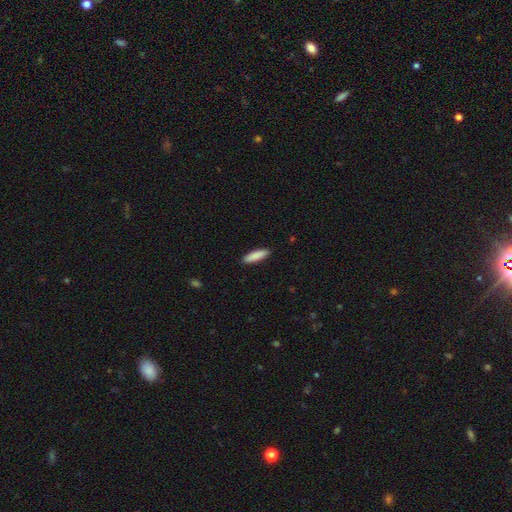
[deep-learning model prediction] Overall: smooth (88%). How rounded: cigar-shaped (66%; in between 33%). Merging: none (91%).